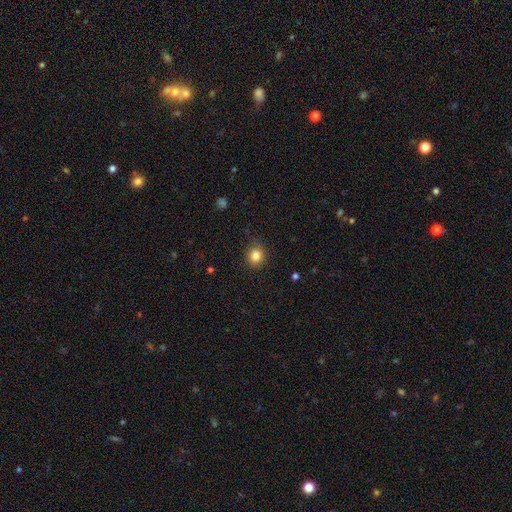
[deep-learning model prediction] smooth_or_featured: smooth (p=0.83) [alt: star or artifact p=0.11]
how_rounded: round (p=0.82) [alt: in between p=0.17]
merging: none (p=0.85) [alt: minor disturbance p=0.11]